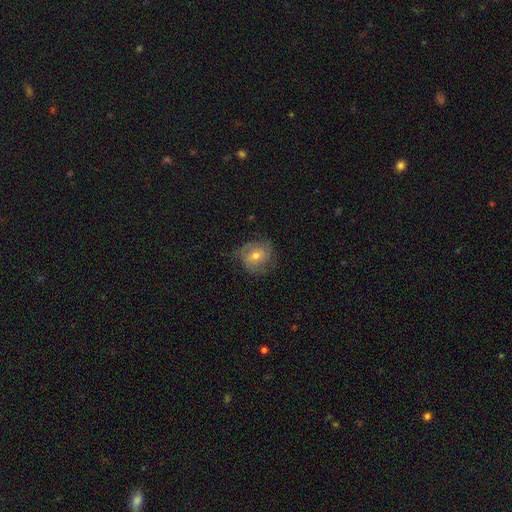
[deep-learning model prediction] Morphology: type=featured or disk (53%); edge-on=no (96%); bar=no (59%); spiral arms=yes (81%); bulge=moderate (55%); merging=none (63%).